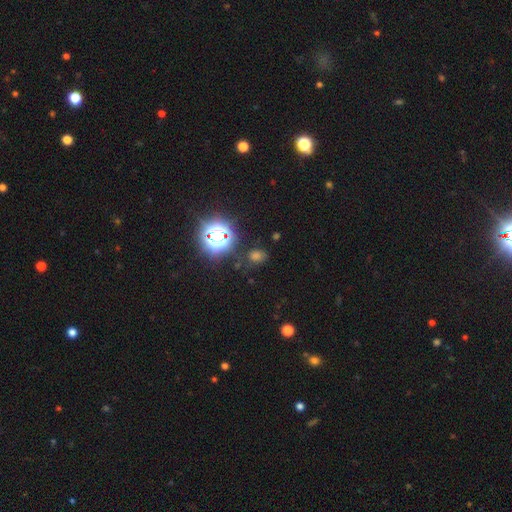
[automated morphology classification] Q: Smooth or featured?
A: smooth (49%); runner-up: star or artifact (44%)
Q: Merging?
A: none (78%); runner-up: minor disturbance (12%)